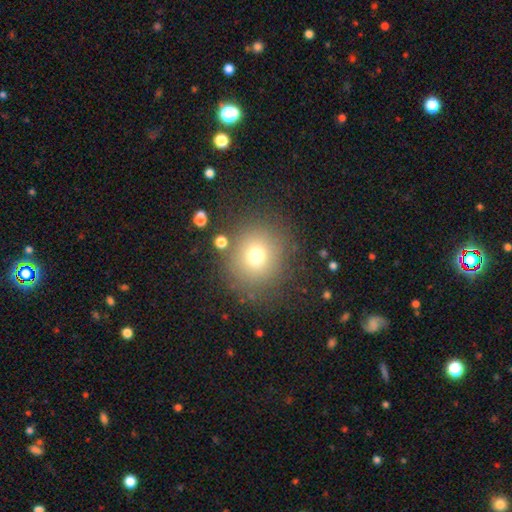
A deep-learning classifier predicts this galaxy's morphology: The model was most divided on "smooth or featured": smooth: 71%, star or artifact: 16%, featured or disk: 12%. More confident: how rounded — round (86%); merging — none (82%).